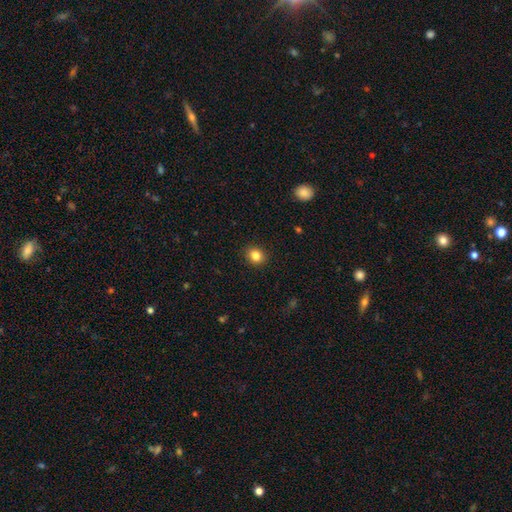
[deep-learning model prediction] Smooth or featured?
  - smooth: 84% *
  - star or artifact: 11%
  - featured or disk: 6%
How rounded?
  - round: 74% *
  - in between: 25%
  - cigar-shaped: 1%
Merging?
  - none: 91% *
  - minor disturbance: 6%
  - major disturbance: 2%
  - merger: 1%